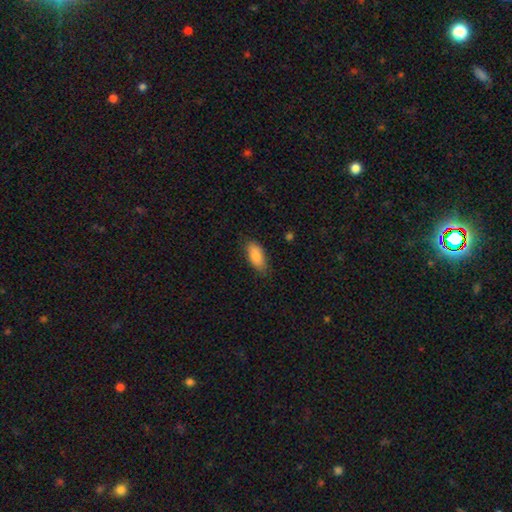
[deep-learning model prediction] smooth 84%, featured or disk 10%, star or artifact 7%. Down the decision tree: how rounded — in between (87%); merging — none (77%).